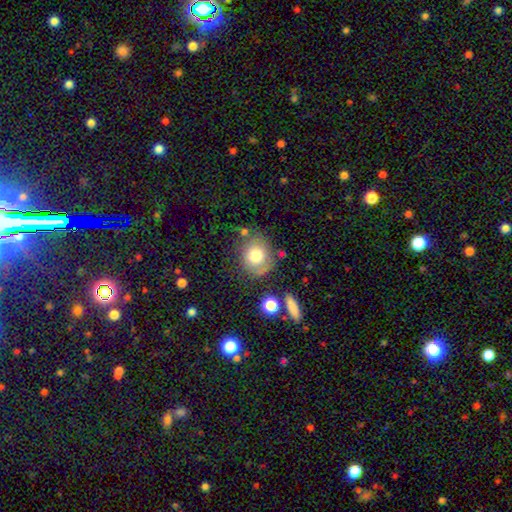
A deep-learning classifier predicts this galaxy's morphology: Overall: smooth (72%). How rounded: round (72%). Merging: none (62%).